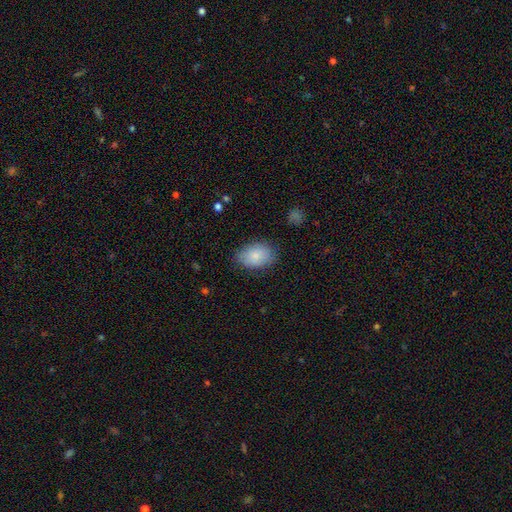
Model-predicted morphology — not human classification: A smooth galaxy with no disk features (82%) that is in between round and cigar-shaped (83%). Merging: none (80%).